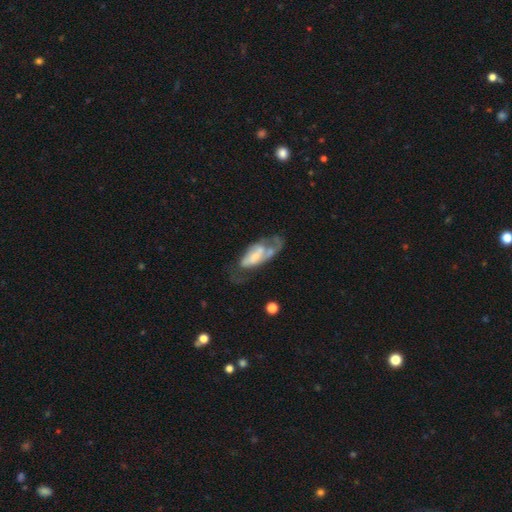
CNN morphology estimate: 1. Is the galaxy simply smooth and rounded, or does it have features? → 64% featured or disk, 29% smooth, 7% star or artifact.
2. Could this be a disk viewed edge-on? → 90% no, 10% yes.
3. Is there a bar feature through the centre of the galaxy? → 53% no, 31% weak, 16% strong.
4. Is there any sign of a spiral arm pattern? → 61% yes, 39% no.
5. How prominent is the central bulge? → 45% small, 29% moderate, 15% none, 9% large, 2% dominant.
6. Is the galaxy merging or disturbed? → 38% major disturbance, 30% none, 22% minor disturbance, 11% merger.